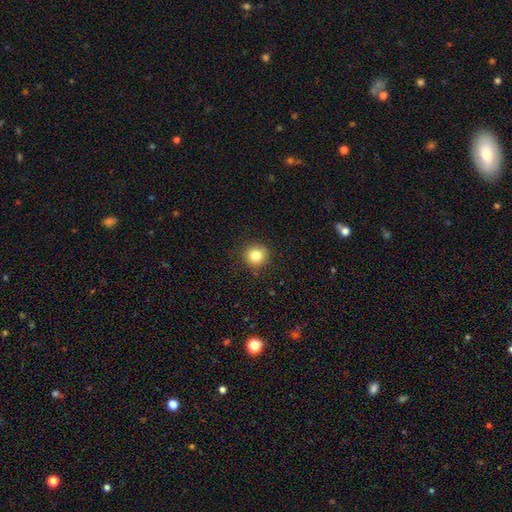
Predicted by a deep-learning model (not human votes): smooth_or_featured: smooth (p=0.81) [alt: star or artifact p=0.12]
how_rounded: round (p=0.93) [alt: in between p=0.06]
merging: none (p=0.90) [alt: minor disturbance p=0.07]